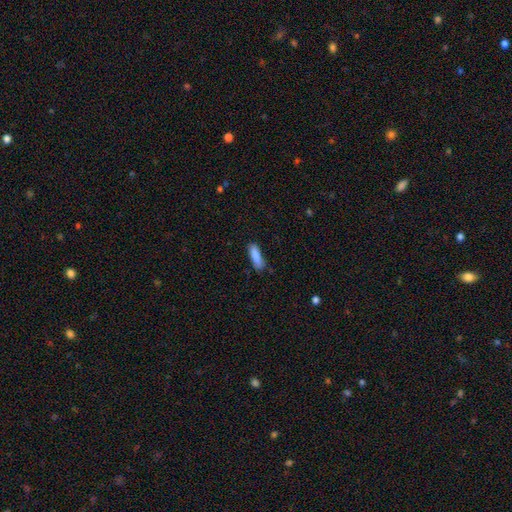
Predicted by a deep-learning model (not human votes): Morphology: type=smooth (87%); roundness=cigar-shaped (53%); merging=none (76%).